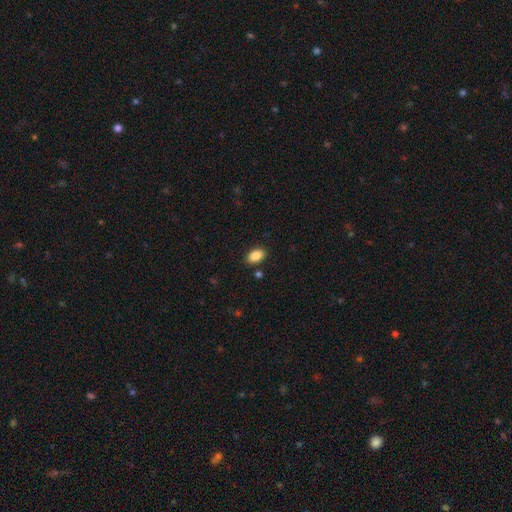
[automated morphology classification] smooth 87%, star or artifact 8%, featured or disk 5%. Down the decision tree: how rounded — in between (90%); merging — none (86%).